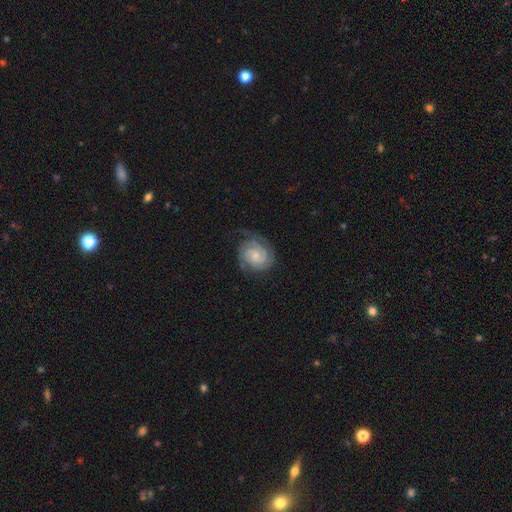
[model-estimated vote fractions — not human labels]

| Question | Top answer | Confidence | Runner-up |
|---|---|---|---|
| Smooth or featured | featured or disk | 85% | smooth (10%) |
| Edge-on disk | no | 98% | yes (2%) |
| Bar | no | 61% | weak (33%) |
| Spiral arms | yes | 98% | no (2%) |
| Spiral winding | tight | 72% | medium (24%) |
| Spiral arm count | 2 | 59% | 3 (16%) |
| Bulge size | small | 53% | moderate (28%) |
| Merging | none | 71% | minor disturbance (18%) |